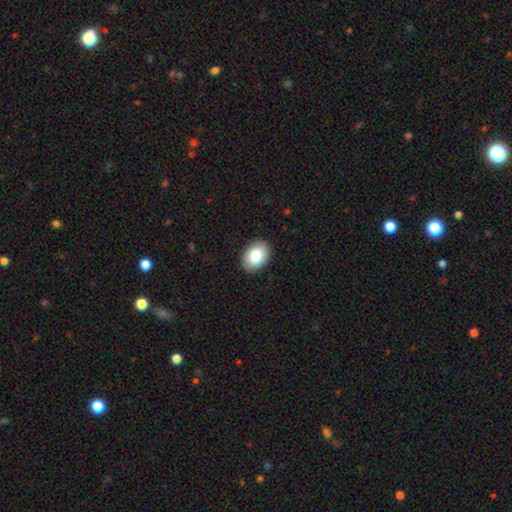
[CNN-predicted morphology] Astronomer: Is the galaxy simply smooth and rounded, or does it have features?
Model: smooth — 86%.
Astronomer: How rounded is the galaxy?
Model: in between — 82%.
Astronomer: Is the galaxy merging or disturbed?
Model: none — 89%.